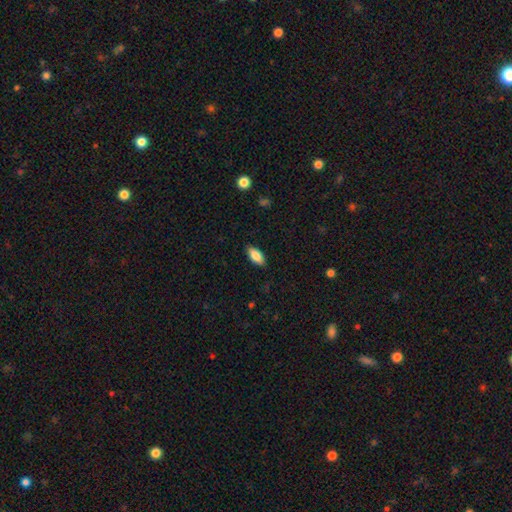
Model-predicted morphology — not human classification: The model was most divided on "how rounded": in between: 87%, cigar-shaped: 11%, round: 2%. More confident: merging — none (88%); smooth or featured — smooth (85%).